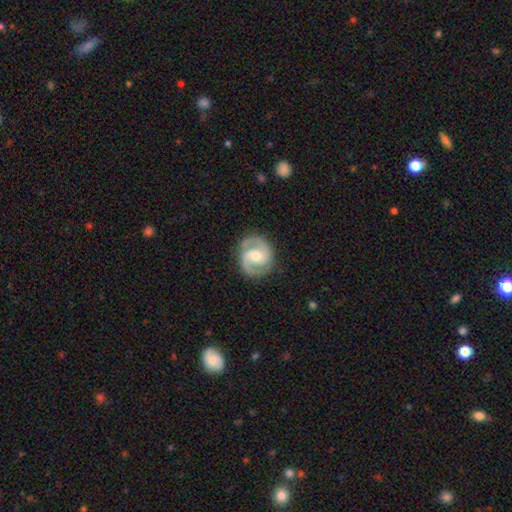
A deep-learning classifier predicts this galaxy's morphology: A featured or disk galaxy (88%) with a weak bar (44%), 2 (92%) medium (53%) spiral arms (97%) and a moderate central bulge (65%).

Vote fractions:
- Smooth or featured? featured or disk: 88% / smooth: 8% / star or artifact: 4%
- Edge-on disk? no: 98% / yes: 2%
- Bar? weak: 44% / no: 41% / strong: 15%
- Spiral arms? yes: 97% / no: 3%
- Spiral winding? medium: 53% / tight: 37% / loose: 9%
- Spiral arm count? 2: 92% / can't tell: 2% / 3: 2% / 1: 1% / 4: 1% / more than 4: 1%
- Bulge size? moderate: 65% / small: 29% / large: 4% / none: 1% / dominant: 1%
- Merging? none: 85% / minor disturbance: 11% / major disturbance: 3% / merger: 1%